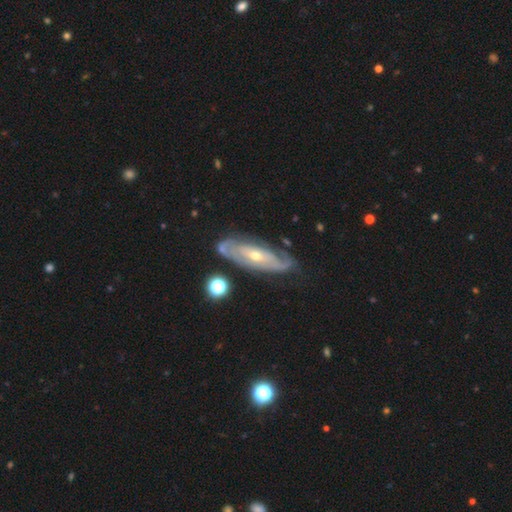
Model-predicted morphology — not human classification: smooth_or_featured: featured or disk (p=0.79) [alt: smooth p=0.15]
disk_edge_on: no (p=0.83) [alt: yes p=0.17]
bar: no (p=0.61) [alt: weak p=0.28]
has_spiral_arms: yes (p=0.83) [alt: no p=0.17]
spiral_winding: tight (p=0.59) [alt: medium p=0.29]
spiral_arm_count: 2 (p=0.45) [alt: can't tell p=0.39]
bulge_size: small (p=0.51) [alt: moderate p=0.46]
merging: none (p=0.69) [alt: minor disturbance p=0.20]